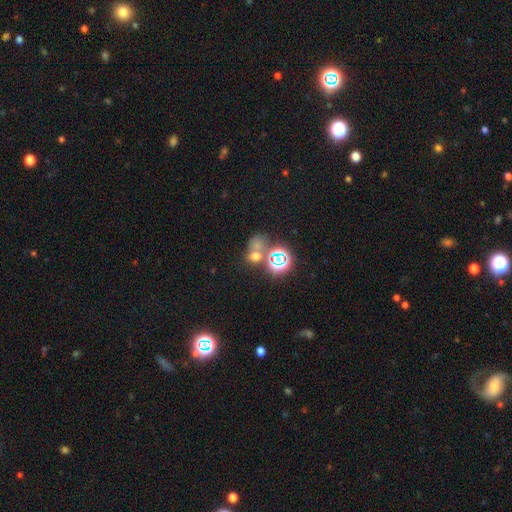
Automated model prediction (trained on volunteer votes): Overall: smooth (50%; star or artifact 38%). Merging: none (43%; merger 39%).